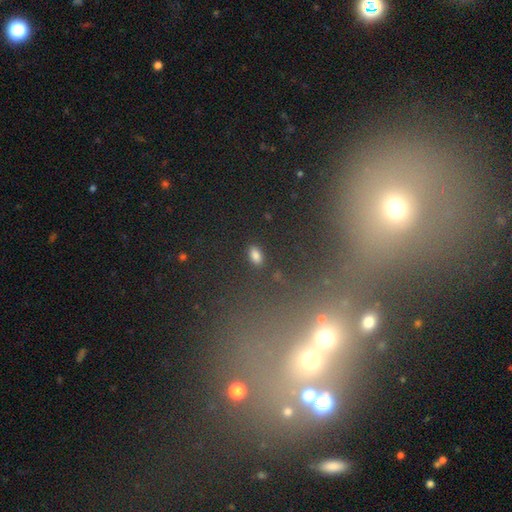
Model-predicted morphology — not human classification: smooth_or_featured: smooth (p=0.77) [alt: star or artifact p=0.17]
how_rounded: in between (p=0.90) [alt: round p=0.07]
merging: none (p=0.88) [alt: minor disturbance p=0.07]